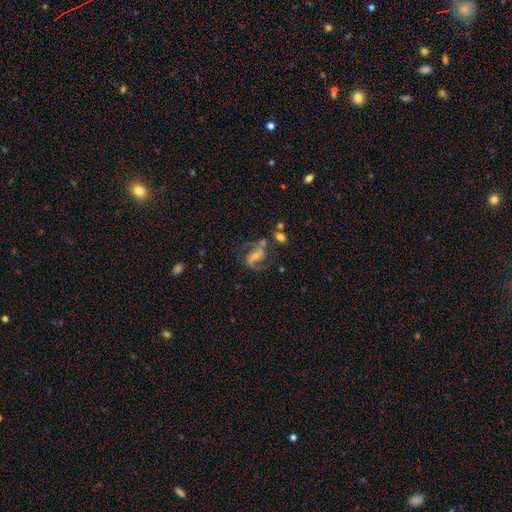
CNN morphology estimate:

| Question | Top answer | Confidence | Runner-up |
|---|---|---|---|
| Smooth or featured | featured or disk | 80% | smooth (12%) |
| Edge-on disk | no | 97% | yes (3%) |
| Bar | strong | 38% | weak (37%) |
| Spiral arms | yes | 93% | no (7%) |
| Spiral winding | medium | 46% | loose (41%) |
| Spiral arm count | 2 | 85% | 1 (8%) |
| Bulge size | small | 47% | moderate (44%) |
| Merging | none | 56% | minor disturbance (18%) |